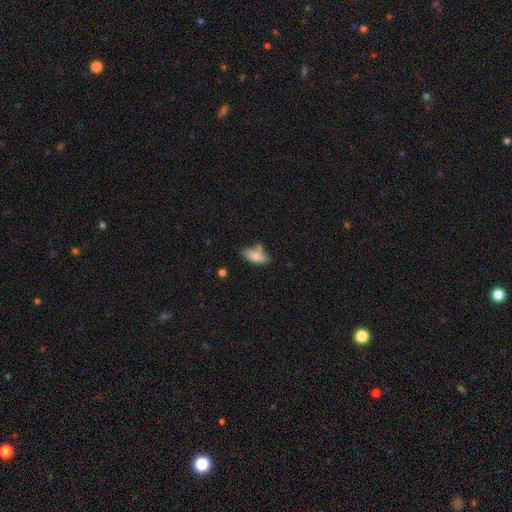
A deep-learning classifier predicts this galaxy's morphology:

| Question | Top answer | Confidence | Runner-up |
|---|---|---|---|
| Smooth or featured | smooth | 81% | featured or disk (12%) |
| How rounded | in between | 77% | cigar-shaped (21%) |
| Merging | none | 57% | minor disturbance (21%) |